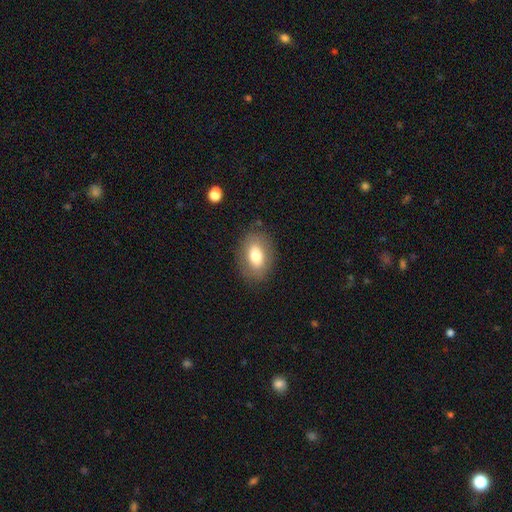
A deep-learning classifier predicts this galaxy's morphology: Q: Smooth or featured?
A: smooth (74%); runner-up: featured or disk (19%)
Q: How rounded?
A: in between (86%); runner-up: round (13%)
Q: Merging?
A: none (82%); runner-up: minor disturbance (12%)